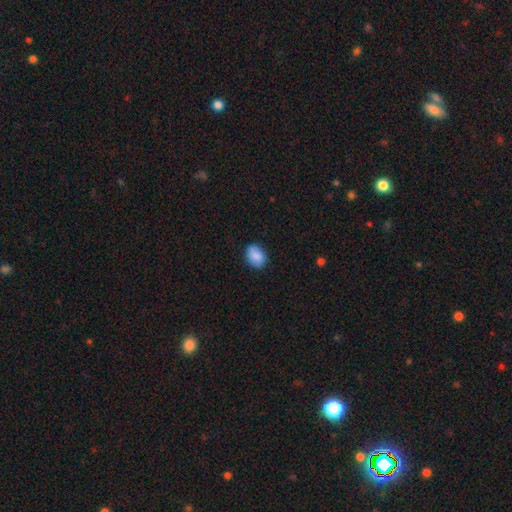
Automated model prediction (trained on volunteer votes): A smooth galaxy with no disk features (84%) that is in between round and cigar-shaped (64%).

Vote fractions:
- Smooth or featured? smooth: 84% / featured or disk: 8% / star or artifact: 7%
- How rounded? in between: 64% / round: 35% / cigar-shaped: 1%
- Merging? none: 77% / minor disturbance: 19% / major disturbance: 3% / merger: 2%